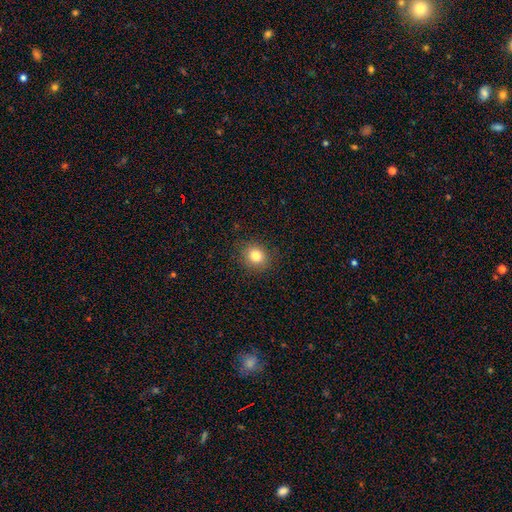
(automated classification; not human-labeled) smooth_or_featured: smooth (p=0.82) [alt: star or artifact p=0.11]
how_rounded: round (p=0.78) [alt: in between p=0.21]
merging: none (p=0.89) [alt: minor disturbance p=0.08]